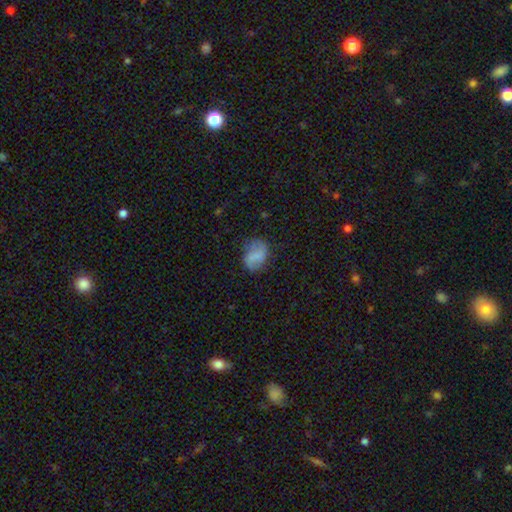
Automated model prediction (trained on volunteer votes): smooth 63%, featured or disk 28%, star or artifact 9%. Down the decision tree: how rounded — in between (73%); merging — none (63%).